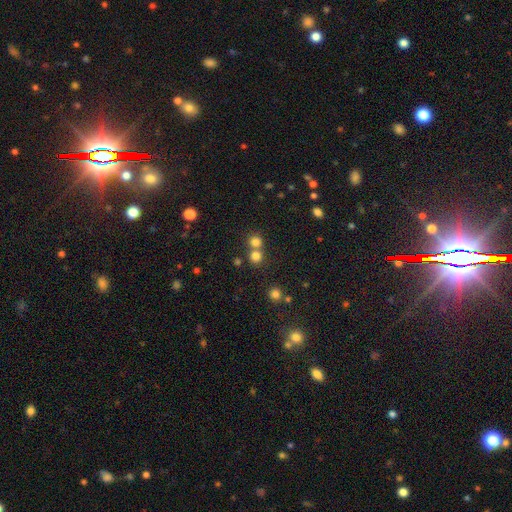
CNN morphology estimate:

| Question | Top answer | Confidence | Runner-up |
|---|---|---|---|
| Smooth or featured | smooth | 77% | star or artifact (16%) |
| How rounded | round | 89% | in between (10%) |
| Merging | none | 57% | merger (36%) |